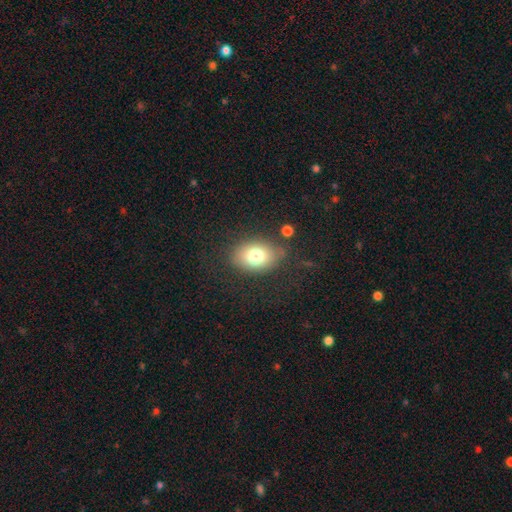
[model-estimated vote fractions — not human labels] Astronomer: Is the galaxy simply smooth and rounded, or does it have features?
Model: smooth — 75%.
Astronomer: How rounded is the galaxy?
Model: in between — 74%.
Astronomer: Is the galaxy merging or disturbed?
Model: none — 76%.